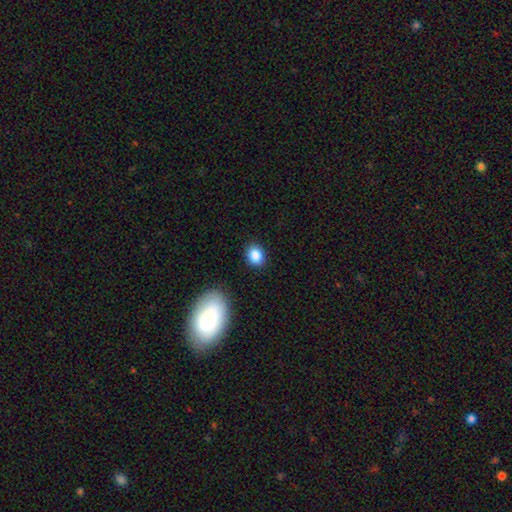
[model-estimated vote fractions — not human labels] Smooth or featured: smooth — 86% (star or artifact — 9%)
How rounded: in between — 50% (round — 48%)
Merging: none — 88% (minor disturbance — 8%)